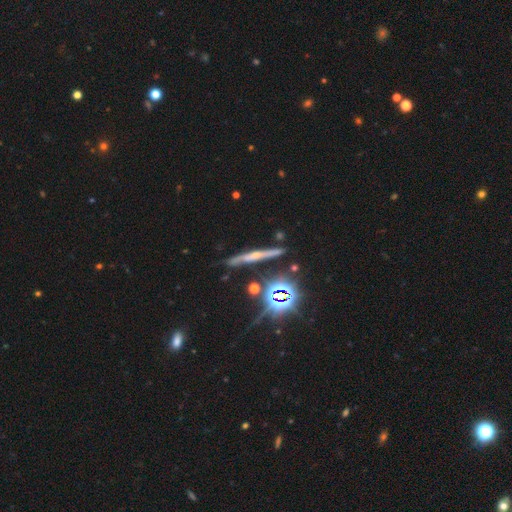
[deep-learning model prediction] Morphology: type=featured or disk (49%); merging=none (81%).